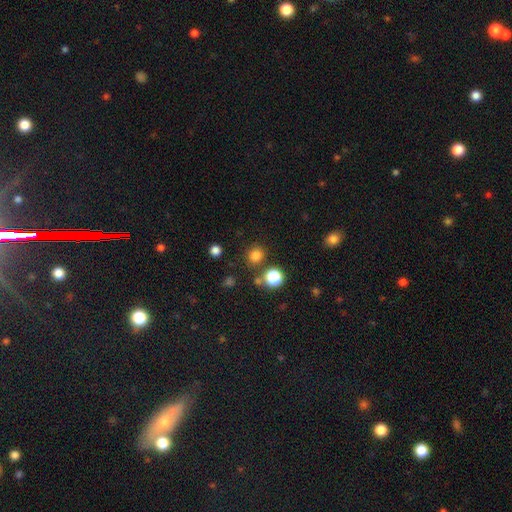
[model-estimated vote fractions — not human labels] Q: Smooth or featured?
A: smooth (80%); runner-up: star or artifact (15%)
Q: How rounded?
A: round (86%); runner-up: in between (13%)
Q: Merging?
A: none (81%); runner-up: minor disturbance (8%)